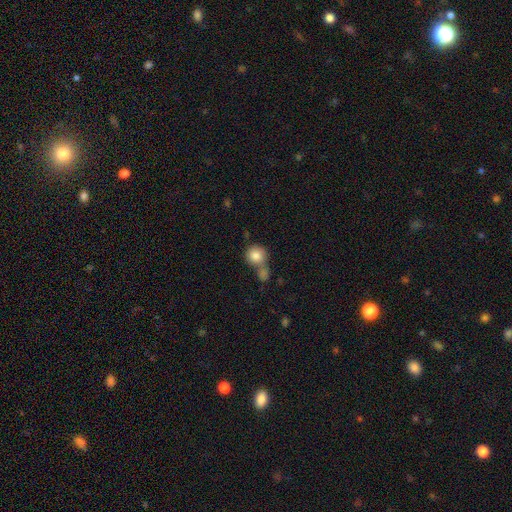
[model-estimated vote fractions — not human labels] Overall: smooth (83%). How rounded: round (87%). Merging: none (43%; merger 42%).